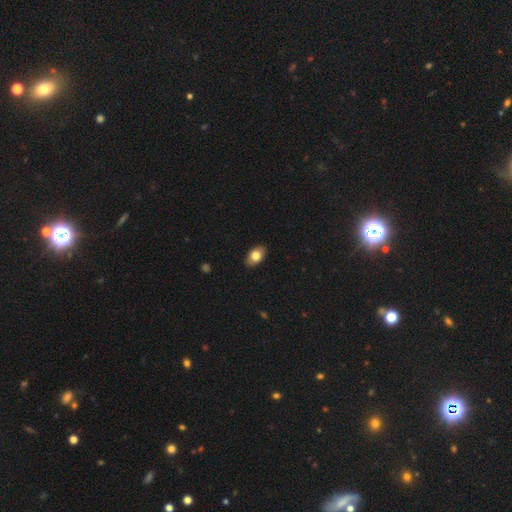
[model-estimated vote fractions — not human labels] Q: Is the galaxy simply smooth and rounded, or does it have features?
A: smooth — 79%.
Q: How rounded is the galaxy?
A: in between — 89%.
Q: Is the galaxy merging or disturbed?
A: none — 88%.